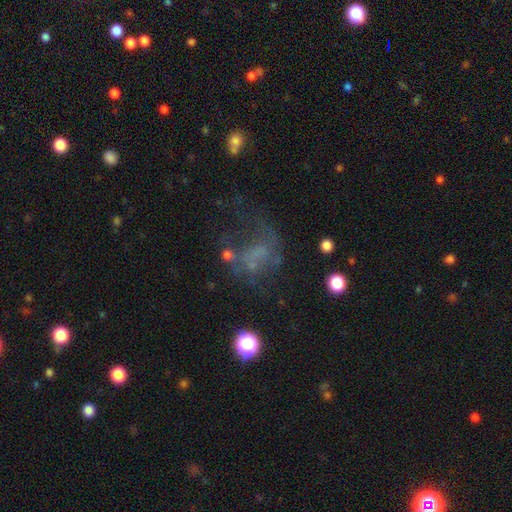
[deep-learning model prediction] The model was most divided on "merging": major disturbance: 39%, none: 34%, minor disturbance: 17%, merger: 9%. Remaining: smooth or featured — featured or disk (44%).